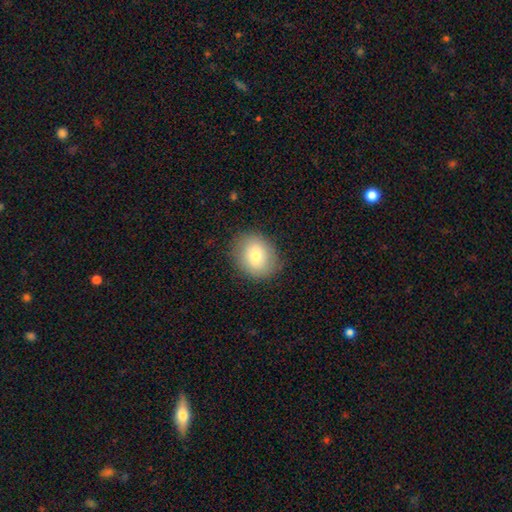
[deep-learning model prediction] Smooth or featured?
  - smooth: 77% *
  - featured or disk: 14%
  - star or artifact: 9%
How rounded?
  - round: 61% *
  - in between: 38%
  - cigar-shaped: 1%
Merging?
  - none: 85% *
  - minor disturbance: 11%
  - major disturbance: 3%
  - merger: 1%